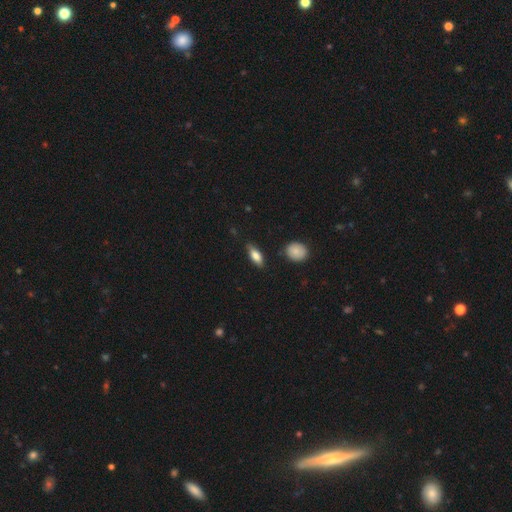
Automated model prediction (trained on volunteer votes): This is likely a smooth galaxy (75%). How rounded: likely in between (76%). Merging: likely none (79%).